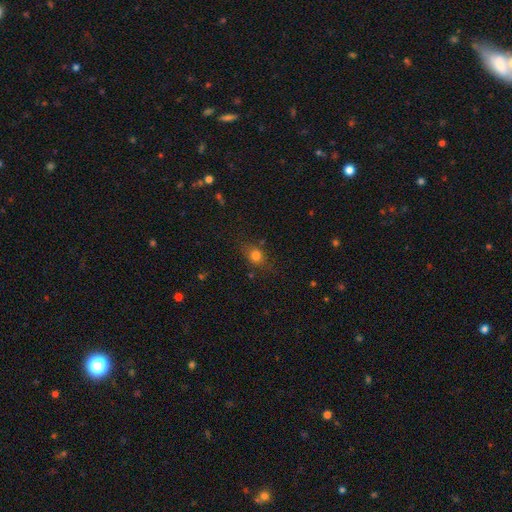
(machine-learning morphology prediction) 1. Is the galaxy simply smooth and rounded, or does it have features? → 77% smooth, 14% star or artifact, 9% featured or disk.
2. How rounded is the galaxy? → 51% round, 46% in between, 3% cigar-shaped.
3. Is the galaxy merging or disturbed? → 75% none, 17% minor disturbance, 6% major disturbance, 2% merger.